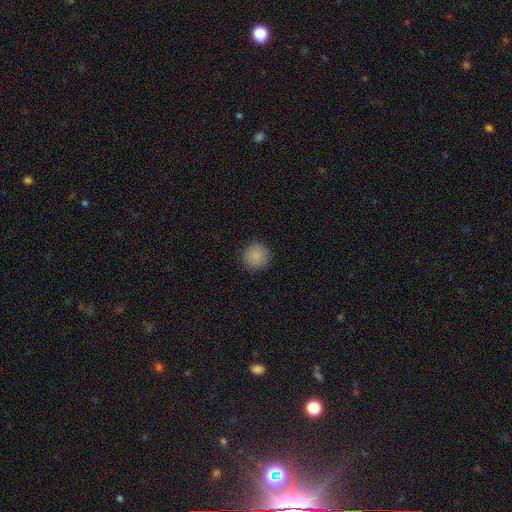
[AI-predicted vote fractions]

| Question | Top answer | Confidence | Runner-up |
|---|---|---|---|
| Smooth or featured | smooth | 88% | star or artifact (9%) |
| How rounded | round | 94% | in between (5%) |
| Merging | none | 91% | minor disturbance (6%) |